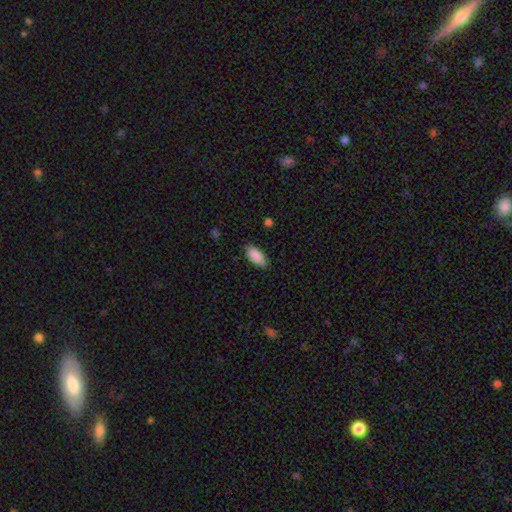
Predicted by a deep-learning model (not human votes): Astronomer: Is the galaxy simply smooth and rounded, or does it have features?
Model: smooth — 90%.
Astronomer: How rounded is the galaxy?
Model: in between — 90%.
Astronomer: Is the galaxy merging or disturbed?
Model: none — 84%.